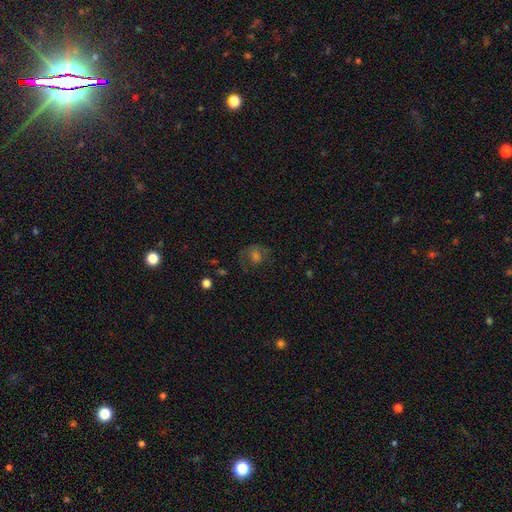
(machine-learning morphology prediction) Smooth or featured? Predicted: smooth (p=0.44). Merging? Predicted: none (p=0.60).